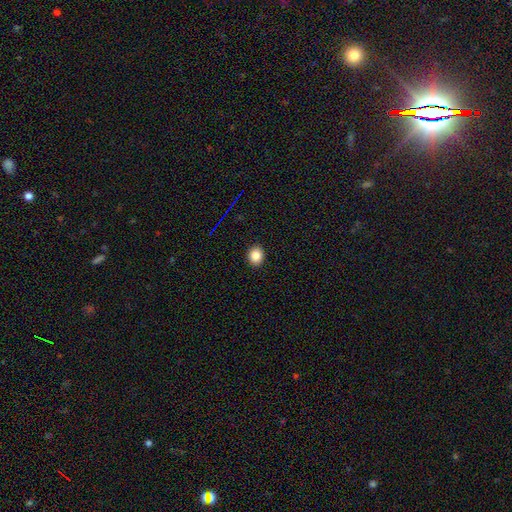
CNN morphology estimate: Q: Smooth or featured?
A: smooth (83%); runner-up: star or artifact (11%)
Q: How rounded?
A: round (68%); runner-up: in between (32%)
Q: Merging?
A: none (92%); runner-up: minor disturbance (6%)